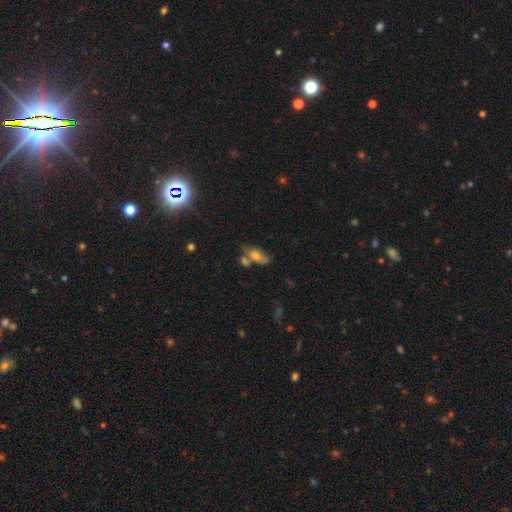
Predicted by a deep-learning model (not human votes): This appears to be a smooth galaxy with no disk features (61%) that is in between round and cigar-shaped (83%). Merging: none (38%).